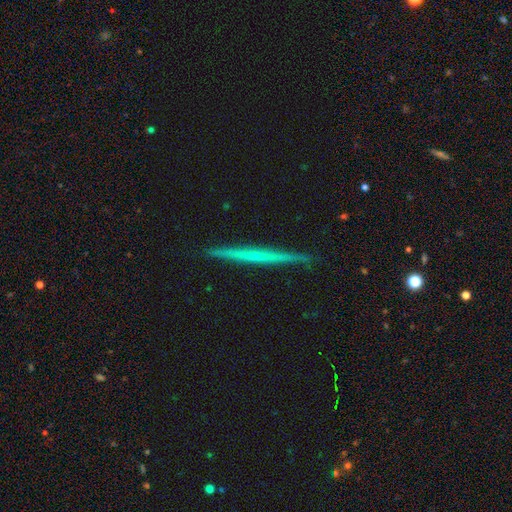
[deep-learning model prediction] Morphology: type=featured or disk (60%); edge-on=yes (98%); edge-on bulge=none (89%); merging=none (92%).